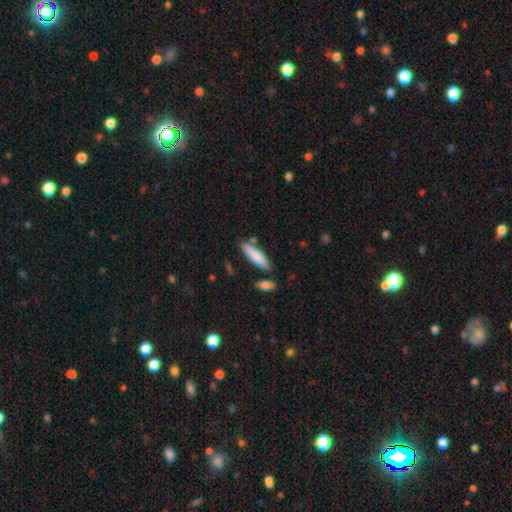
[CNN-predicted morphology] Smooth or featured?
  - smooth: 82% *
  - featured or disk: 12%
  - star or artifact: 6%
How rounded?
  - cigar-shaped: 68% *
  - in between: 31%
  - round: 2%
Merging?
  - none: 76% *
  - minor disturbance: 14%
  - merger: 8%
  - major disturbance: 3%